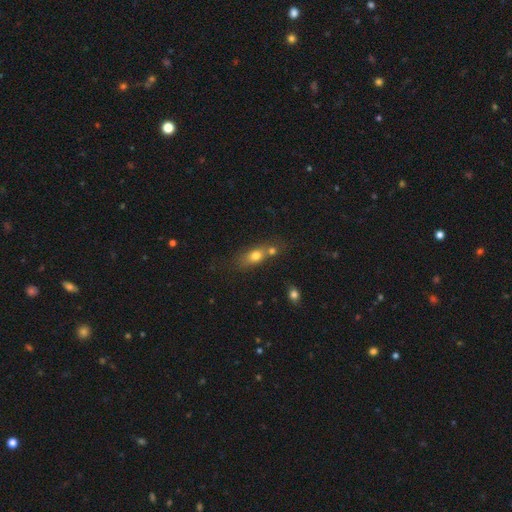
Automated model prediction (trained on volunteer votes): Morphology: type=smooth (72%); roundness=in between (61%); merging=none (42%).